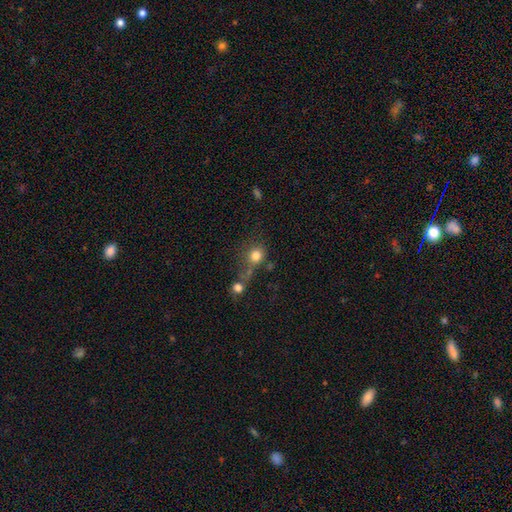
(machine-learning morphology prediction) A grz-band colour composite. It shows a smooth galaxy with no disk features (79%) that is round (85%). Merging: none (47%).